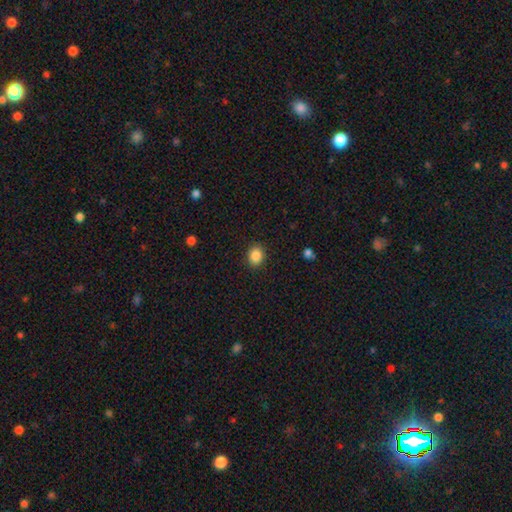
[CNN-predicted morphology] Smooth or featured: smooth — 87% (star or artifact — 9%)
How rounded: round — 54% (in between — 45%)
Merging: none — 89% (minor disturbance — 7%)